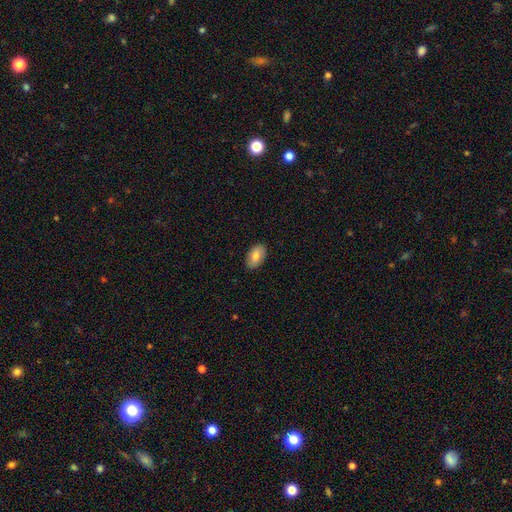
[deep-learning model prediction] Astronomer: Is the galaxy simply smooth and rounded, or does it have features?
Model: smooth — 77%.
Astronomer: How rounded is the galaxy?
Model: in between — 93%.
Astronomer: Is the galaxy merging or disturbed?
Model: none — 88%.